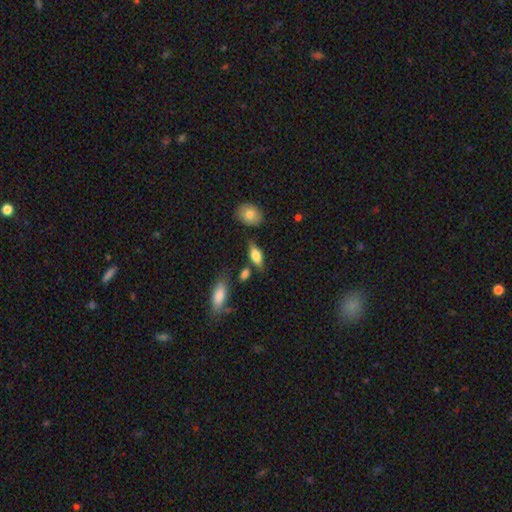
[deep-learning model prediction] Smooth or featured?
  - smooth: 58% *
  - featured or disk: 34%
  - star or artifact: 8%
How rounded?
  - in between: 74% *
  - cigar-shaped: 20%
  - round: 6%
Merging?
  - none: 72% *
  - minor disturbance: 16%
  - merger: 7%
  - major disturbance: 5%